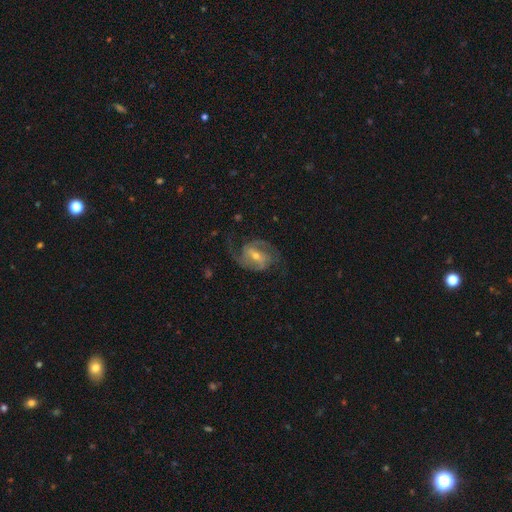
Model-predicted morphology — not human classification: A featured or disk galaxy (87%) with a weak bar (44%), 2 (85%) medium (54%) spiral arms (97%) and a moderate central bulge (50%). Merging: none (70%).